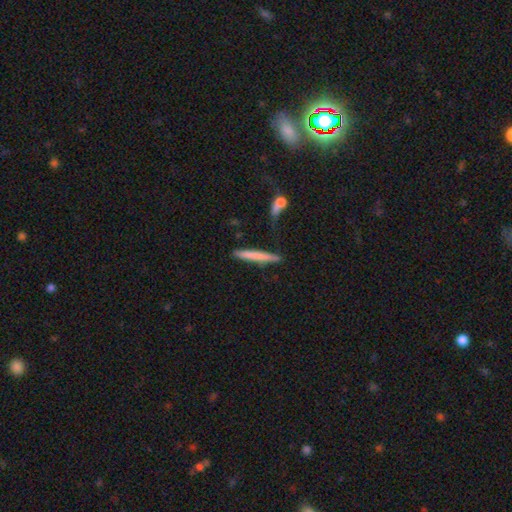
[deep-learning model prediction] Overall: smooth (68%). How rounded: cigar-shaped (95%). Merging: none (80%).